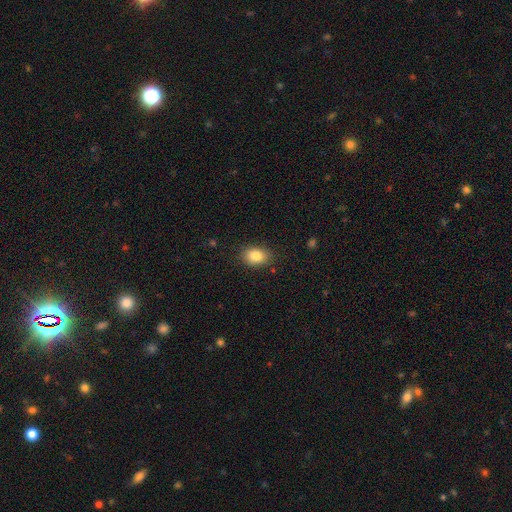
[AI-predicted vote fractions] Overall: smooth (84%). How rounded: in between (70%). Merging: none (85%).